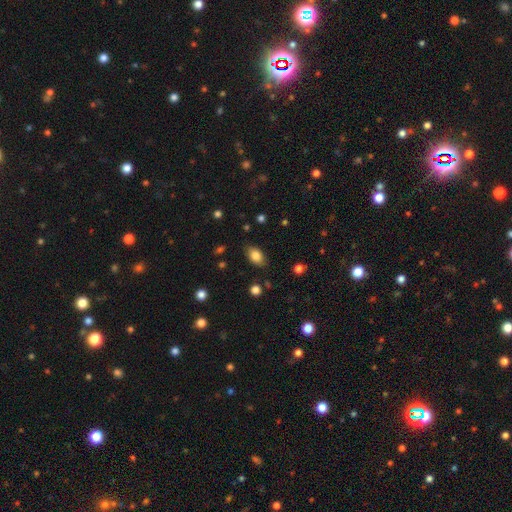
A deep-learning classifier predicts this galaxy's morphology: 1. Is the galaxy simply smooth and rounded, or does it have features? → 83% smooth, 9% star or artifact, 9% featured or disk.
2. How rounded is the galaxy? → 88% in between, 10% round, 2% cigar-shaped.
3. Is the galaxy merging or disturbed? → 83% none, 13% minor disturbance, 3% major disturbance, 1% merger.